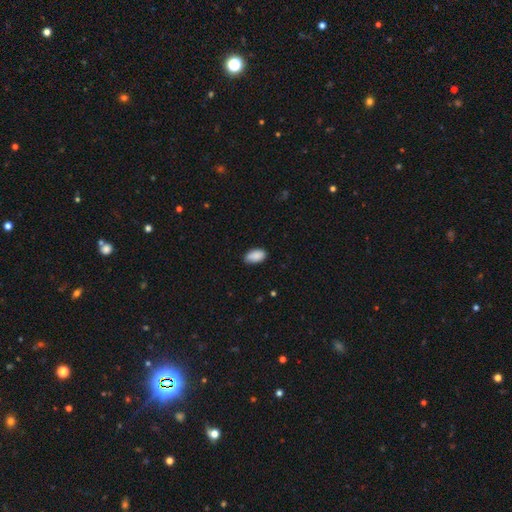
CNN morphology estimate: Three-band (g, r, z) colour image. It shows a smooth galaxy with no disk features (89%) that is in between round and cigar-shaped (94%). Merging: none (77%).